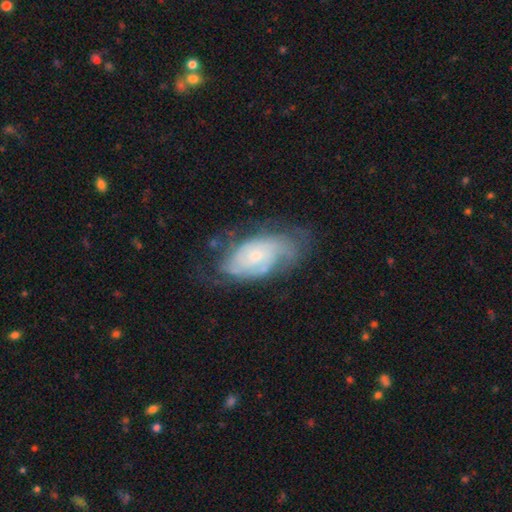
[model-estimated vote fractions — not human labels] A featured or disk galaxy (78%) with no bar (71%), tight (60%) spiral arms (90%) and a small central bulge (62%).

Vote fractions:
- Smooth or featured? featured or disk: 78% / smooth: 16% / star or artifact: 6%
- Edge-on disk? no: 95% / yes: 5%
- Bar? no: 71% / weak: 25% / strong: 4%
- Spiral arms? yes: 90% / no: 10%
- Spiral winding? tight: 60% / medium: 30% / loose: 10%
- Spiral arm count? can't tell: 45% / 2: 28% / 3: 13% / 4: 6% / 1: 5% / more than 4: 4%
- Bulge size? small: 62% / moderate: 33% / large: 2% / none: 2% / dominant: 1%
- Merging? none: 56% / minor disturbance: 25% / major disturbance: 16% / merger: 2%